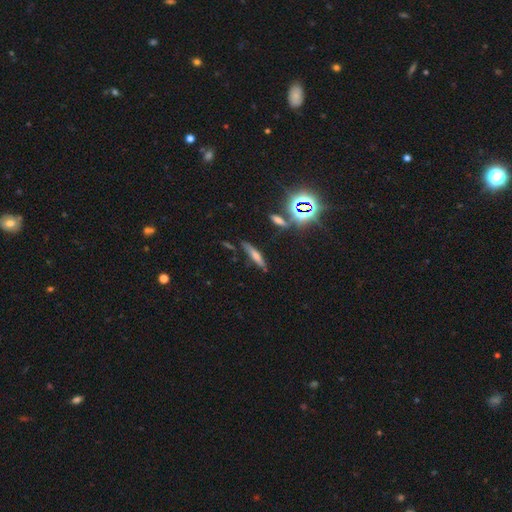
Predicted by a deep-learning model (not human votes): Morphology: type=smooth (44%); merging=none (73%).